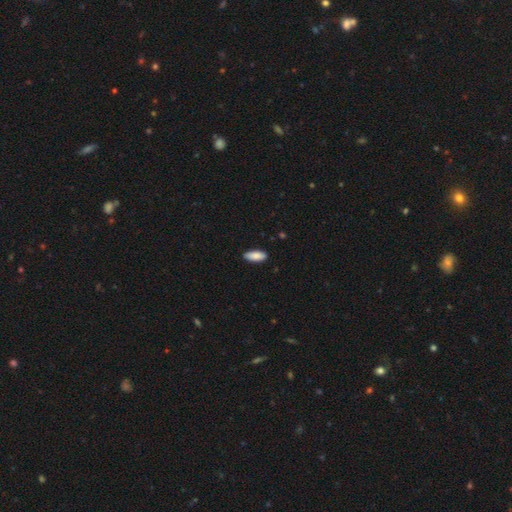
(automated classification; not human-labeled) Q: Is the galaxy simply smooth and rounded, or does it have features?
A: smooth — 87%.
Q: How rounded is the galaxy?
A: in between — 78%.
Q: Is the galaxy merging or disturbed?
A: none — 88%.